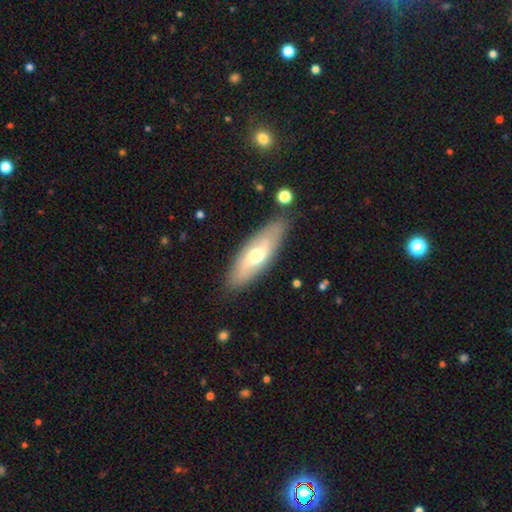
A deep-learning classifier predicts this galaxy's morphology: smooth_or_featured: featured or disk (p=0.49) [alt: smooth p=0.46]
merging: none (p=0.83) [alt: minor disturbance p=0.12]